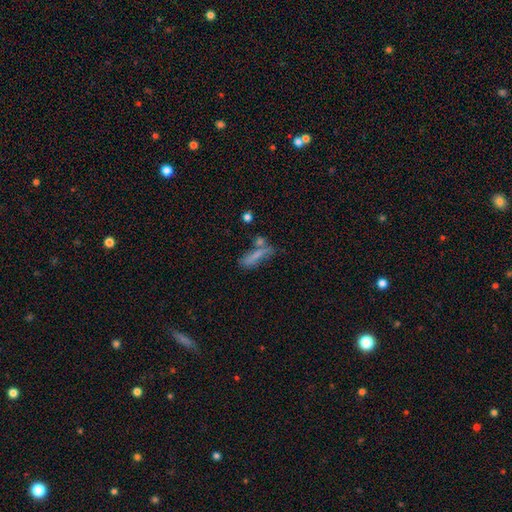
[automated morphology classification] Overall: smooth (63%; featured or disk 25%). How rounded: cigar-shaped (66%; in between 31%). Merging: none (44%; minor disturbance 22%).